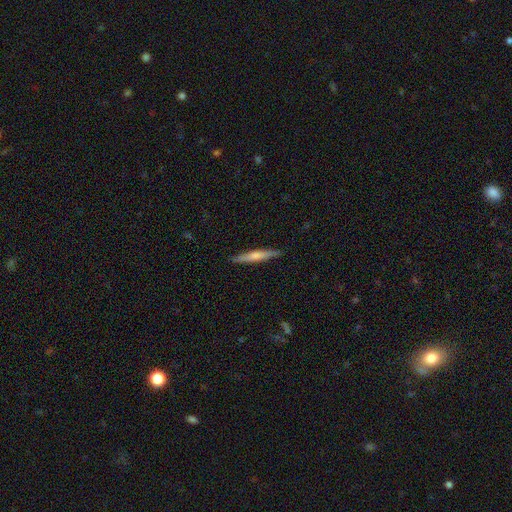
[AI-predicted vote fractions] Overall: smooth (52%; featured or disk 43%). How rounded: cigar-shaped (93%). Merging: none (89%).